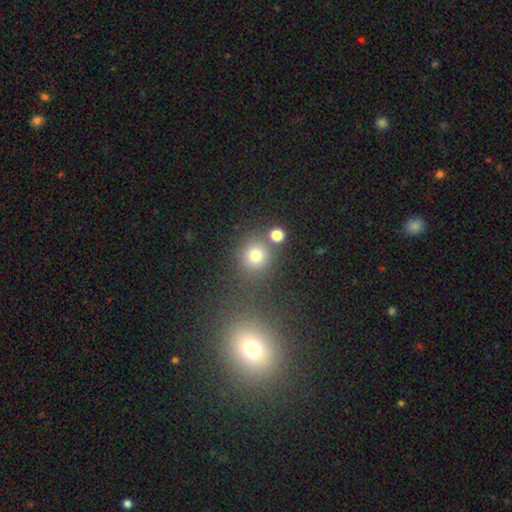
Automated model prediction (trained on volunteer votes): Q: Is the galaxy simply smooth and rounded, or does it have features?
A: smooth — 75%.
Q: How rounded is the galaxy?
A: round — 89%.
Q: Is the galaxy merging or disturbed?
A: none — 71%.